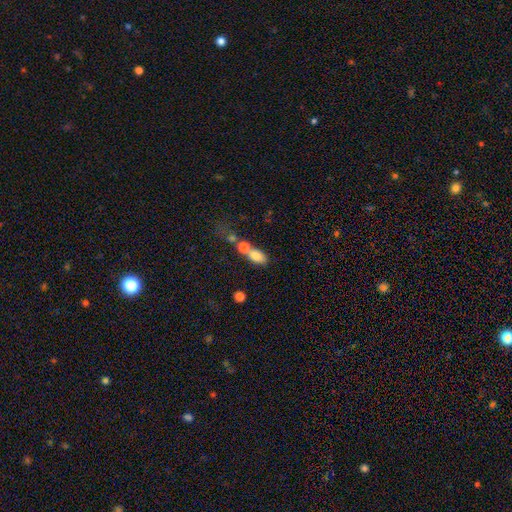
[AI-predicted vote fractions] This appears to be a smooth galaxy with no disk features (77%) that is in between round and cigar-shaped (75%). Merging: merger (59%).